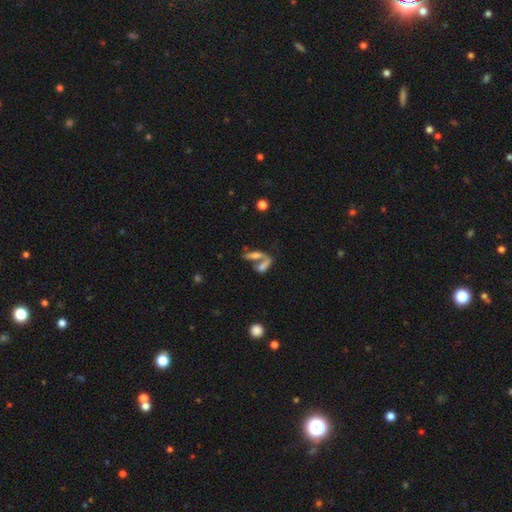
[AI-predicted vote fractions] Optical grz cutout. It shows a smooth galaxy with no disk features (52%) that is in between round and cigar-shaped (47%). Merging: merger (57%).